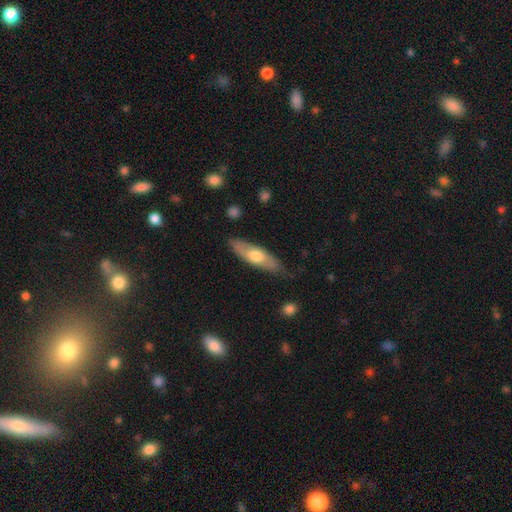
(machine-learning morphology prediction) smooth_or_featured: smooth (p=0.56) [alt: featured or disk p=0.39]
how_rounded: in between (p=0.49) [tied with: cigar-shaped p=0.49]
merging: none (p=0.77) [alt: minor disturbance p=0.18]